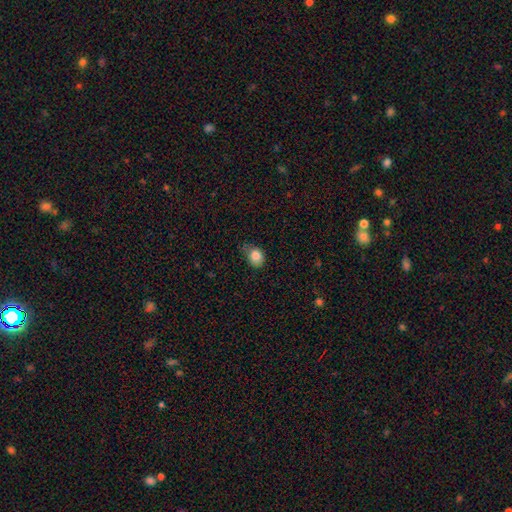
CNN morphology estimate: Smooth or featured?
  - smooth: 84% *
  - star or artifact: 10%
  - featured or disk: 6%
How rounded?
  - round: 50% *
  - in between: 49%
  - cigar-shaped: 1%
Merging?
  - none: 51% *
  - minor disturbance: 37%
  - major disturbance: 10%
  - merger: 2%